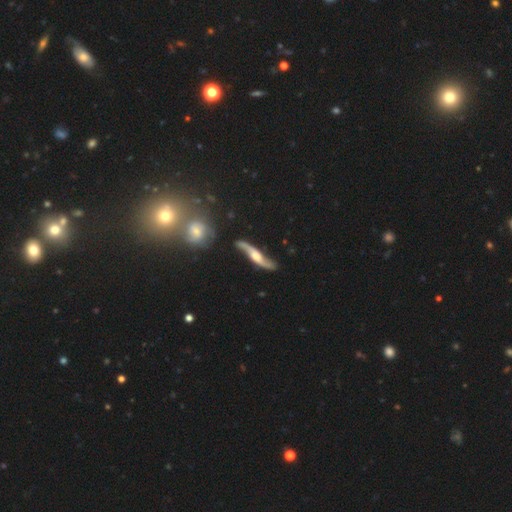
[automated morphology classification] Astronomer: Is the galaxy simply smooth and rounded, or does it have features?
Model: featured or disk — 84%.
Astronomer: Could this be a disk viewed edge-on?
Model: no — 66%.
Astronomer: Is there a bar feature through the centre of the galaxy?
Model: no — 48% (runner-up: weak, 36%).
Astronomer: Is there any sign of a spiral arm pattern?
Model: yes — 95%.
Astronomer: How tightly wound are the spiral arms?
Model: loose — 78%.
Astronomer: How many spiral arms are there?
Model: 2 — 93%.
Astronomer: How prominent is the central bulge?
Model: moderate — 51%.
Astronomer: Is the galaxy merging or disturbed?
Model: none — 75%.